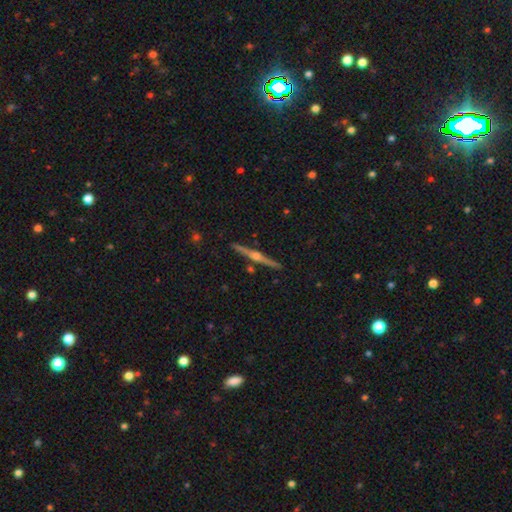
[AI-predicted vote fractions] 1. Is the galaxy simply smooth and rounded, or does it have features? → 84% featured or disk, 10% smooth, 6% star or artifact.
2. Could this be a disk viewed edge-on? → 99% yes, 1% no.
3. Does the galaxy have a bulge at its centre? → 92% rounded, 4% boxy, 3% none.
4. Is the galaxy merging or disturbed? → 91% none, 6% minor disturbance, 2% merger, 1% major disturbance.